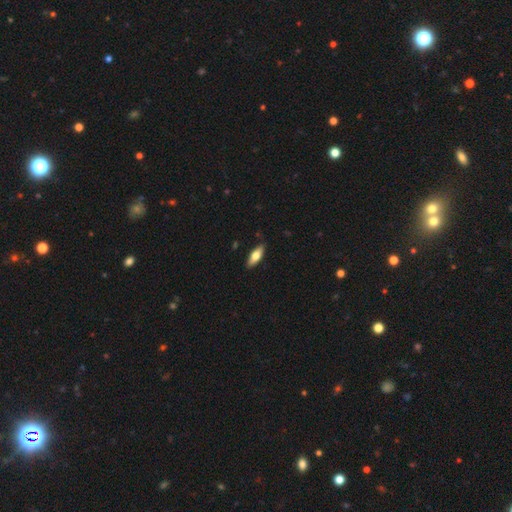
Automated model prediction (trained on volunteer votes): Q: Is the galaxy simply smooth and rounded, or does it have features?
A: smooth — 67%.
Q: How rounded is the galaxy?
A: in between — 70%.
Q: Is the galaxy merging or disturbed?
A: none — 87%.